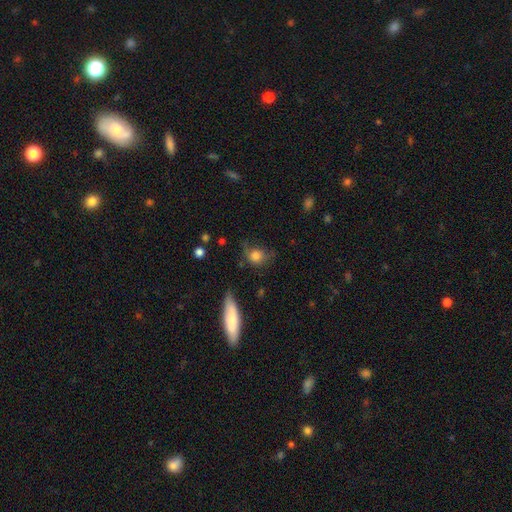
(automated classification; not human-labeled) The model was most divided on "merging": none: 48%, minor disturbance: 28%, major disturbance: 19%, merger: 5%. More confident: smooth or featured — smooth (76%); how rounded — round (70%).